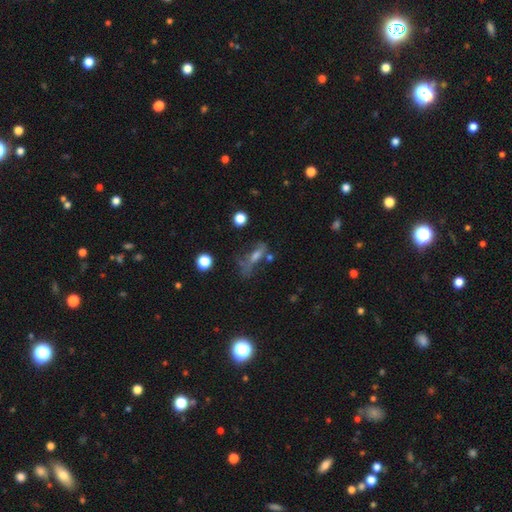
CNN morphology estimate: Smooth or featured? featured or disk (40%)
Merging? none (40%)